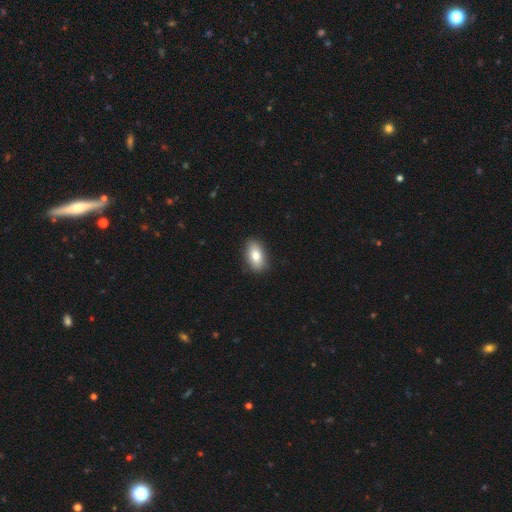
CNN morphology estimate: Overall: smooth (80%). How rounded: in between (89%). Merging: none (88%).